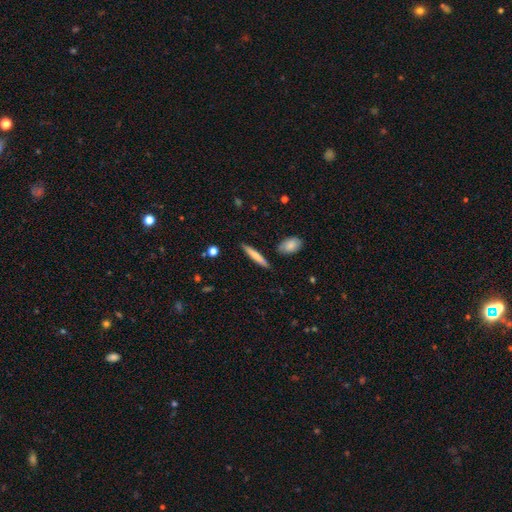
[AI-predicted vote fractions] Smooth or featured: smooth — 67% (featured or disk — 27%)
How rounded: cigar-shaped — 89% (in between — 9%)
Merging: none — 87% (minor disturbance — 9%)